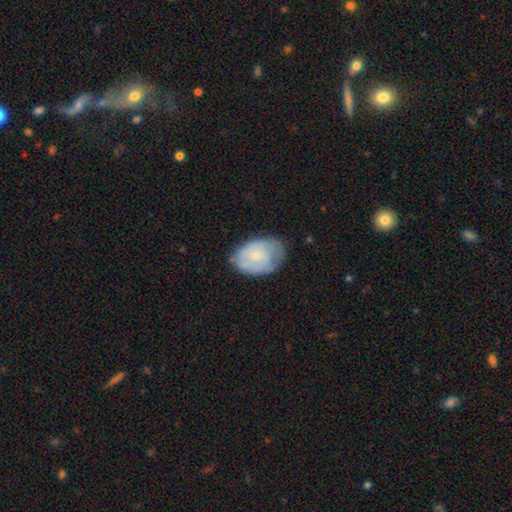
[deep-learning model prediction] Morphology: type=smooth (52%); roundness=in between (80%); merging=none (60%).